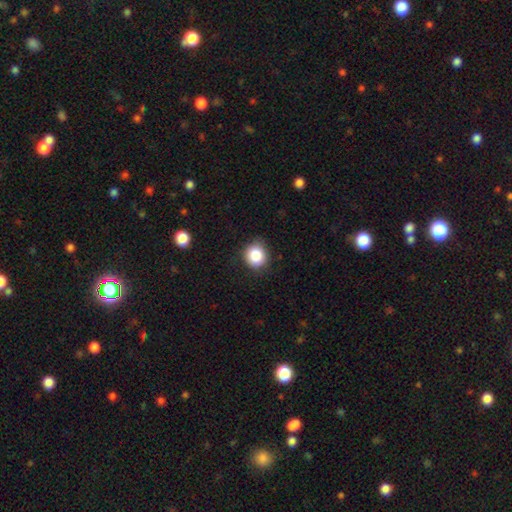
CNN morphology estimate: A smooth galaxy with no disk features (87%) that is round (84%). Merging: none (83%).